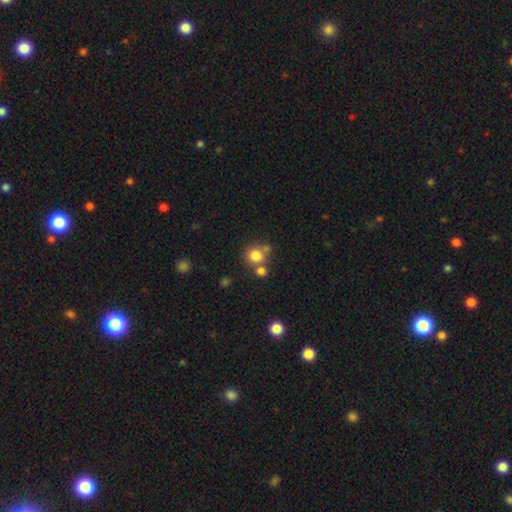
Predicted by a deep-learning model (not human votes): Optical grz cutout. It shows a smooth galaxy with no disk features (79%) that is round (85%). Merging: none (60%).